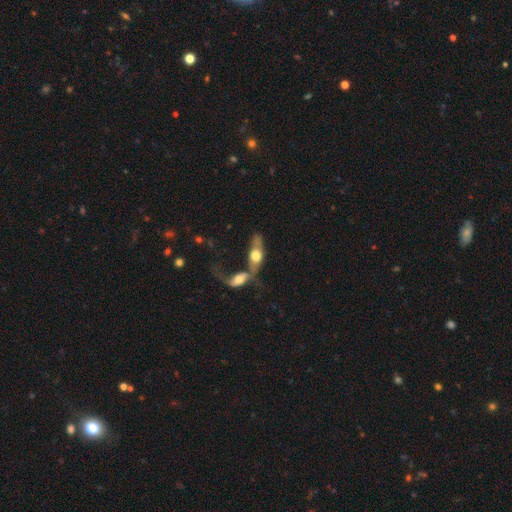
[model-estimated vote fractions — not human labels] Q: Smooth or featured?
A: featured or disk (48%); runner-up: smooth (45%)
Q: Merging?
A: merger (70%); runner-up: none (13%)